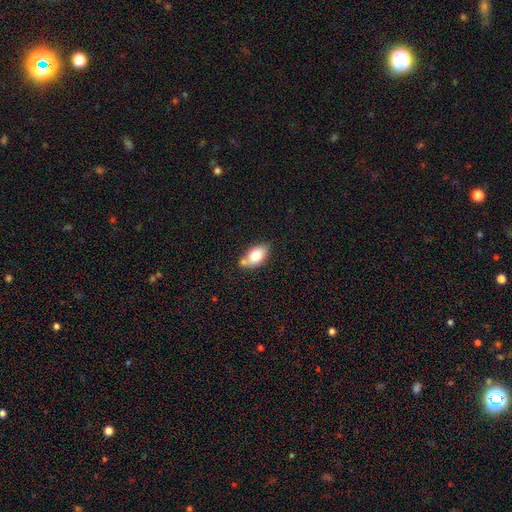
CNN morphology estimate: smooth 76%, featured or disk 16%, star or artifact 7%. Down the decision tree: how rounded — in between (90%); merging — none (59%).